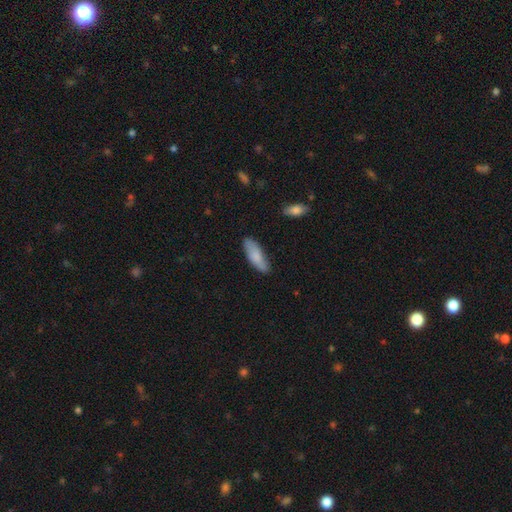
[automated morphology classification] Smooth or featured? Predicted: smooth (p=0.80). How rounded? Predicted: in between (p=0.59). Merging? Predicted: none (p=0.81).